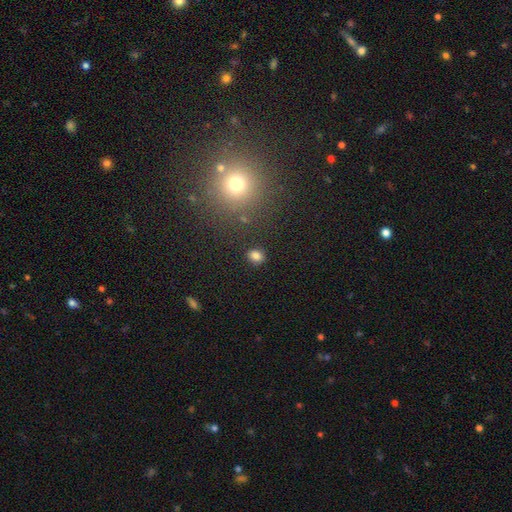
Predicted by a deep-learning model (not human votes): Morphology: type=smooth (81%); roundness=round (57%); merging=none (86%).